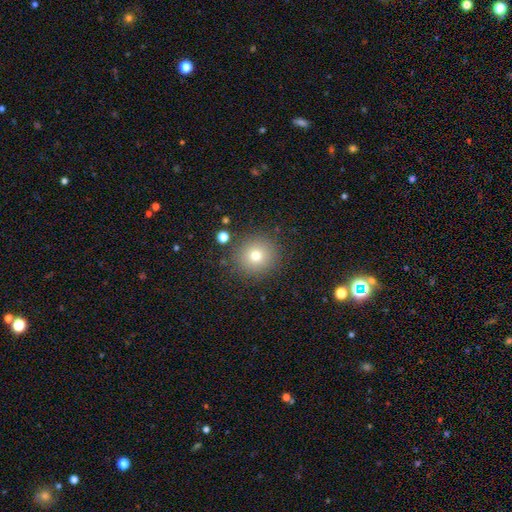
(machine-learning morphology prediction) smooth_or_featured: smooth (p=0.74) [alt: star or artifact p=0.15]
how_rounded: round (p=0.92) [alt: in between p=0.07]
merging: none (p=0.87) [alt: minor disturbance p=0.07]